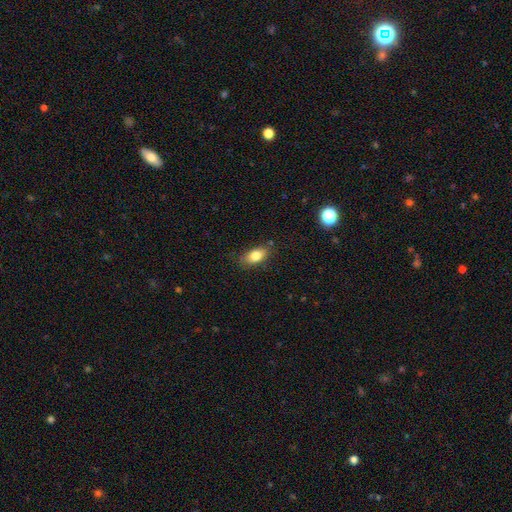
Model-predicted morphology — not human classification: smooth 81%, featured or disk 11%, star or artifact 8%. Down the decision tree: how rounded — in between (87%); merging — none (80%).